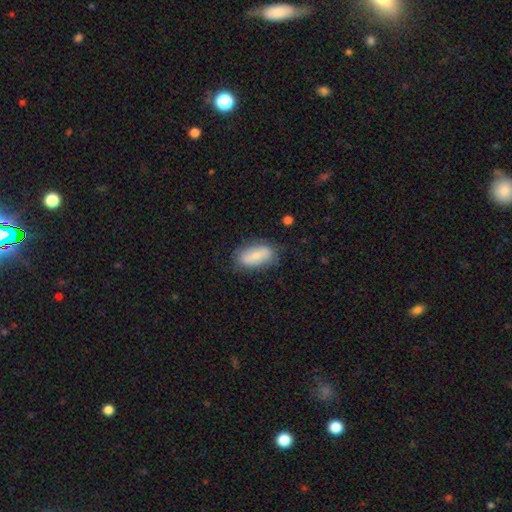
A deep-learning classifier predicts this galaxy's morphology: smooth_or_featured: smooth (p=0.65) [alt: featured or disk p=0.28]
how_rounded: in between (p=0.87) [alt: cigar-shaped p=0.09]
merging: none (p=0.74) [alt: minor disturbance p=0.19]